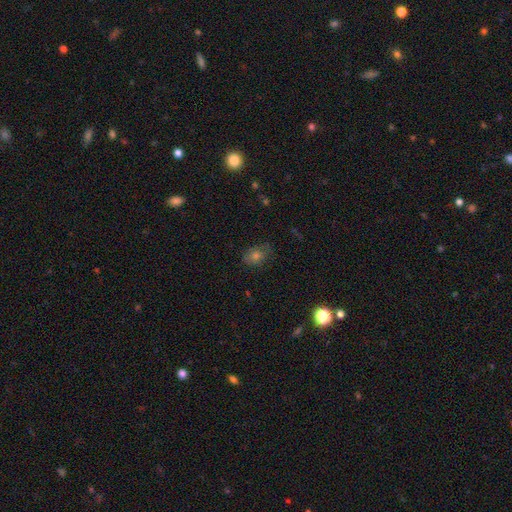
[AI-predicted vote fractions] The model was most divided on "how rounded": in between: 54%, round: 45%, cigar-shaped: 1%. More confident: merging — none (75%); smooth or featured — smooth (58%).